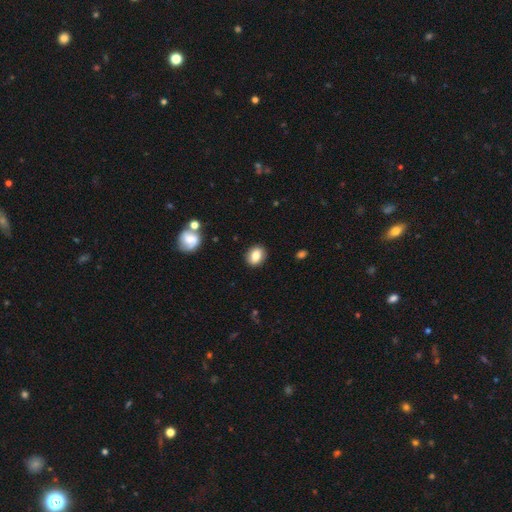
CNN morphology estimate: Smooth or featured? Predicted: smooth (p=0.80). How rounded? Predicted: round (p=0.50). Merging? Predicted: none (p=0.88).